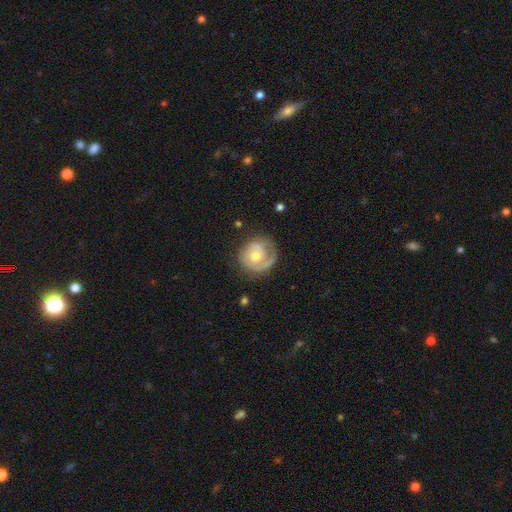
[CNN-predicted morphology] Smooth or featured: featured or disk — 73% (smooth — 22%)
Edge-on disk: no — 98% (yes — 2%)
Bar: no — 76% (weak — 21%)
Spiral arms: yes — 87% (no — 13%)
Spiral winding: tight — 61% (medium — 28%)
Spiral arm count: 1 — 52% (2 — 28%)
Bulge size: moderate — 54% (small — 40%)
Merging: none — 68% (minor disturbance — 19%)